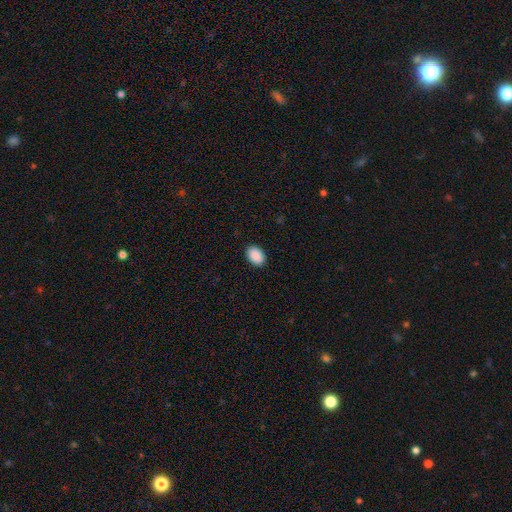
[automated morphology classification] This appears to be a smooth galaxy with no disk features (91%) that is in between round and cigar-shaped (85%). Merging: none (90%).